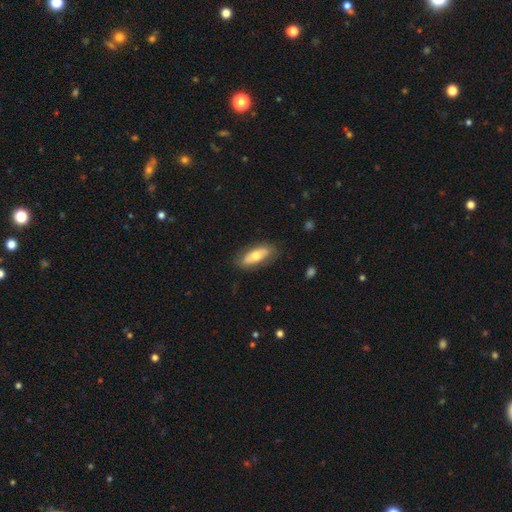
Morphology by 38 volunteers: Q: Smooth or featured?
A: smooth (53%); runner-up: featured or disk (42%)
Q: How rounded?
A: in between (80%); runner-up: cigar-shaped (20%)
Q: Merging?
A: none (89%); runner-up: minor disturbance (11%)